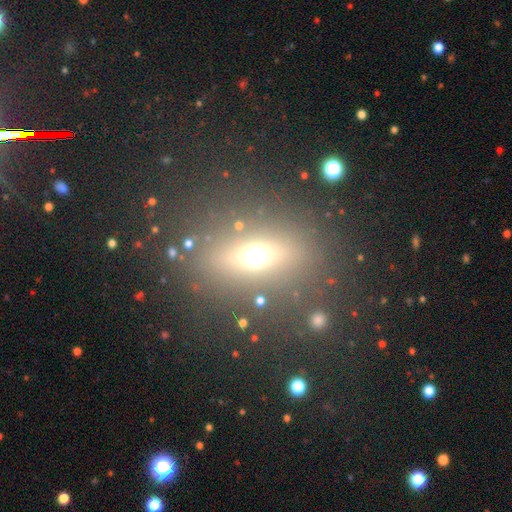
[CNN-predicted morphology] A smooth galaxy with no disk features (50%). Merging: none (80%).